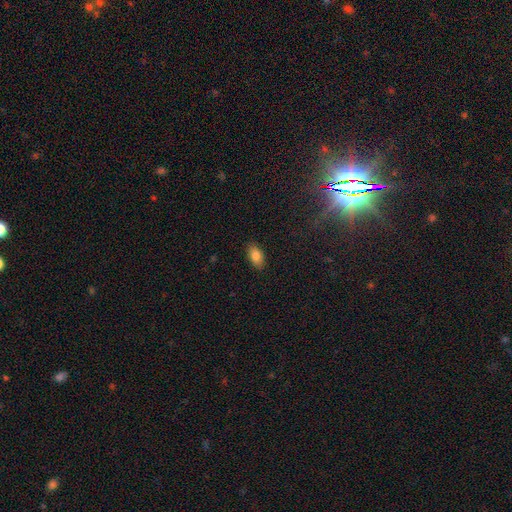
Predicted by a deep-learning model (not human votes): This appears to be a smooth galaxy with no disk features (84%) that is in between round and cigar-shaped (92%). Merging: none (88%).